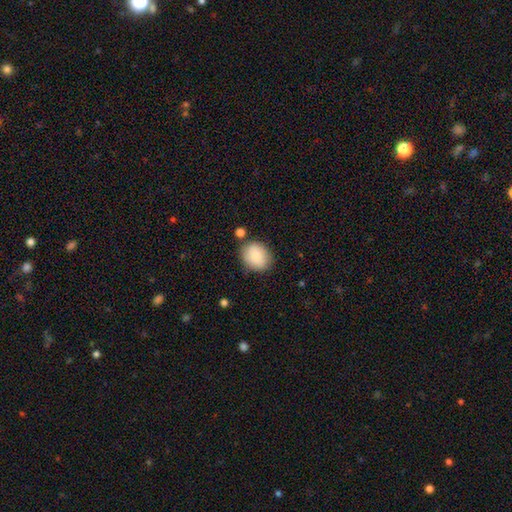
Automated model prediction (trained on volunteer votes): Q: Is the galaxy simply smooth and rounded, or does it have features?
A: smooth — 85%.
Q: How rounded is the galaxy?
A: round — 55%.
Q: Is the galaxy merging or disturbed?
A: none — 77%.